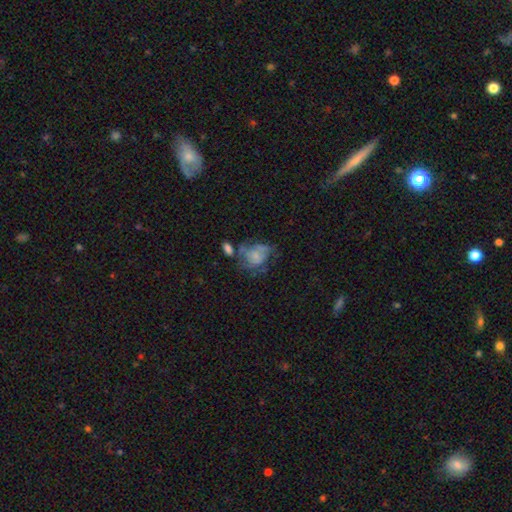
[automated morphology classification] Smooth or featured? featured or disk (50%)
Merging? none (31%)